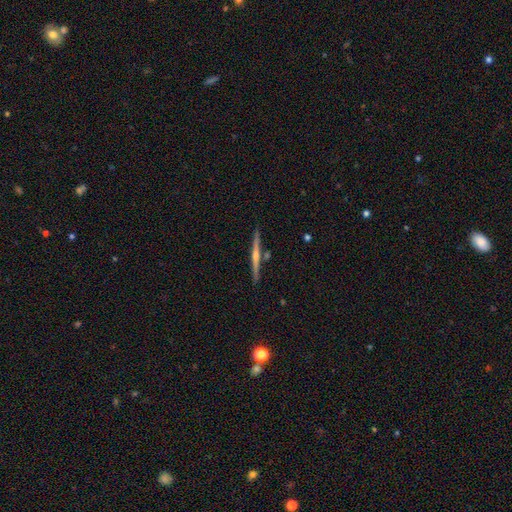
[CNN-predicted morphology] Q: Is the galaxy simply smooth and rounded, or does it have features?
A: featured or disk — 77%.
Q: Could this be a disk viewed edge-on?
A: yes — 98%.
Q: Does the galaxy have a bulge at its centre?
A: rounded — 76%.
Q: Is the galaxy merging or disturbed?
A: none — 88%.